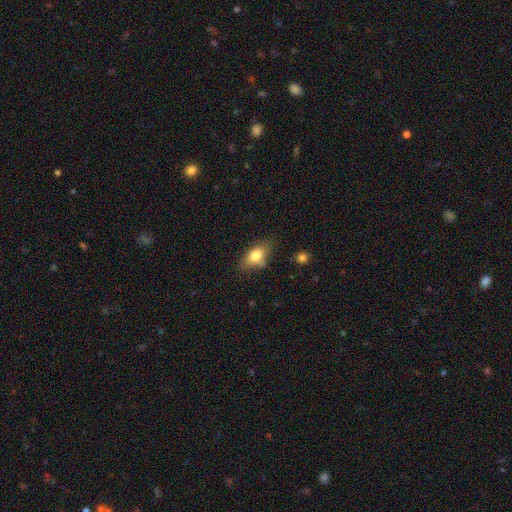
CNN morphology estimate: Overall: smooth (77%). How rounded: in between (83%). Merging: none (65%).